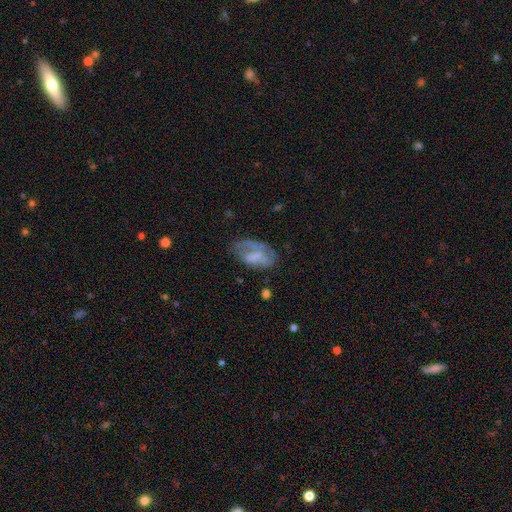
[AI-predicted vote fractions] smooth_or_featured: smooth (p=0.50) [alt: featured or disk p=0.42]
merging: none (p=0.39) [alt: minor disturbance p=0.29]